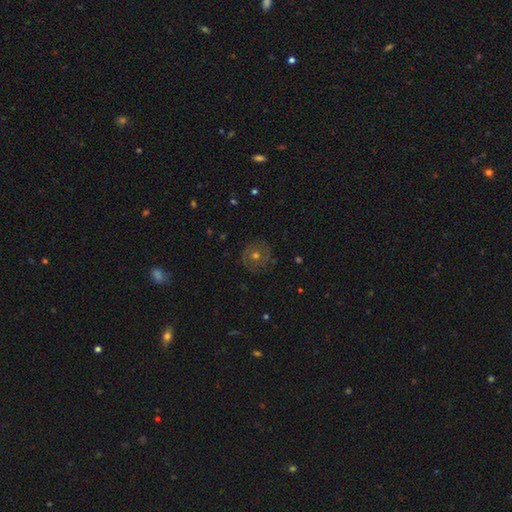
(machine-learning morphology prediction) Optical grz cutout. It shows a featured or disk galaxy (51%). Merging: none (84%).